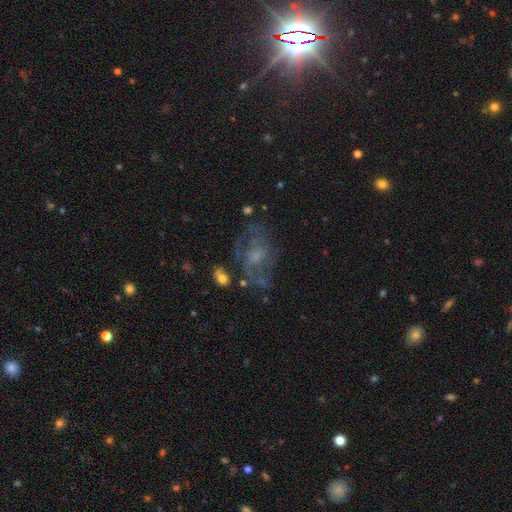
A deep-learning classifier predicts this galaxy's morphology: Smooth or featured? Predicted: featured or disk (p=0.63). Edge-on disk? Predicted: no (p=0.96). Bar? Predicted: no (p=0.63). Spiral arms? Predicted: yes (p=0.59). Bulge size? Predicted: small (p=0.35). Merging? Predicted: none (p=0.55).